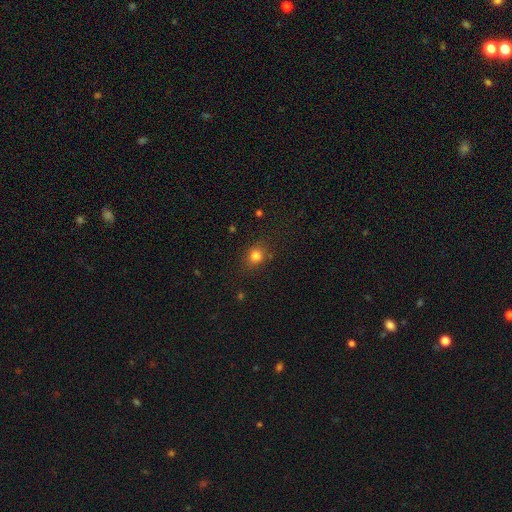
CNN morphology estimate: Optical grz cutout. It shows a smooth galaxy with no disk features (80%) that is round (70%). Merging: none (80%).